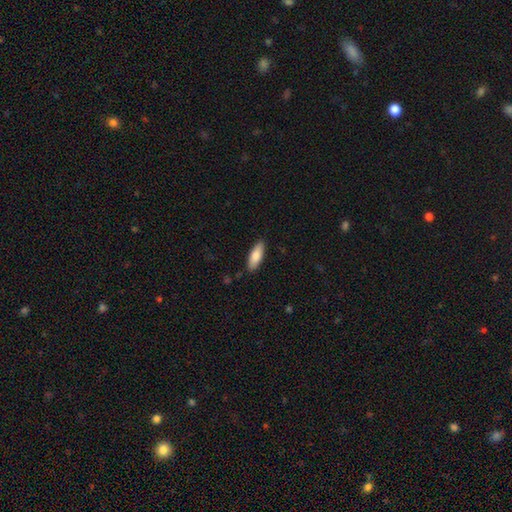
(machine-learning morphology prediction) Q: Smooth or featured?
A: smooth (83%); runner-up: featured or disk (11%)
Q: How rounded?
A: in between (65%); runner-up: cigar-shaped (33%)
Q: Merging?
A: none (87%); runner-up: minor disturbance (10%)